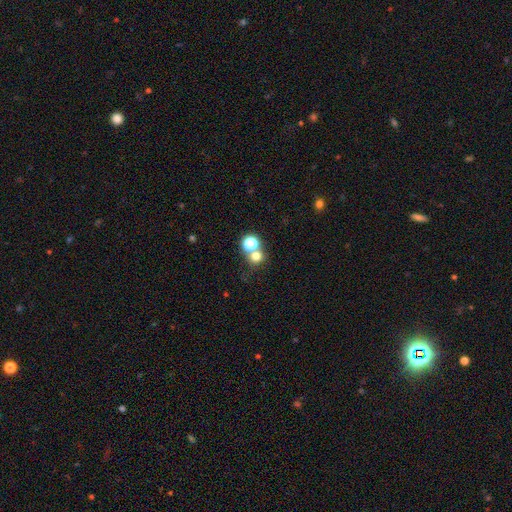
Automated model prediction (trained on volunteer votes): Smooth or featured?
  - smooth: 69% *
  - star or artifact: 22%
  - featured or disk: 9%
How rounded?
  - round: 88% *
  - in between: 11%
  - cigar-shaped: 1%
Merging?
  - none: 58% *
  - merger: 32%
  - minor disturbance: 7%
  - major disturbance: 4%